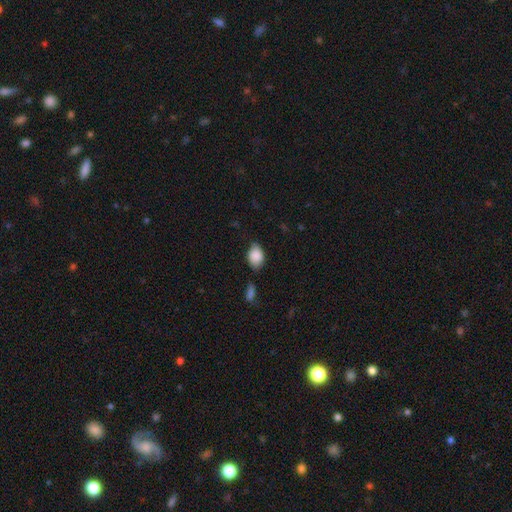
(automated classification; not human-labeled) smooth-or-featured: smooth: 84% | featured or disk: 9% | star or artifact: 7%
  how-rounded: in between: 79% | round: 19% | cigar-shaped: 1%
  merging: none: 56% | minor disturbance: 31% | major disturbance: 8% | merger: 6%